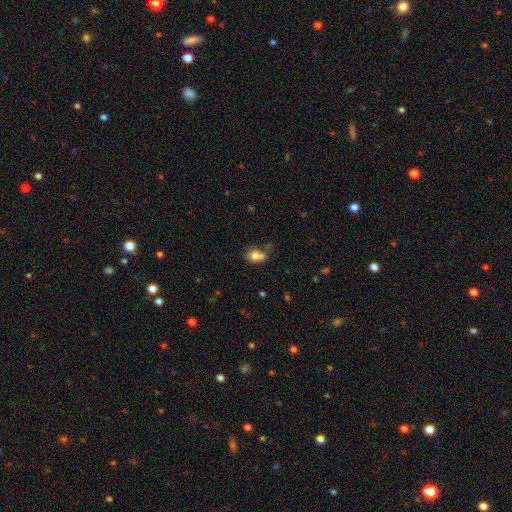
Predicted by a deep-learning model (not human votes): smooth 72%, featured or disk 16%, star or artifact 12%. Down the decision tree: how rounded — in between (58%); merging — merger (38%).